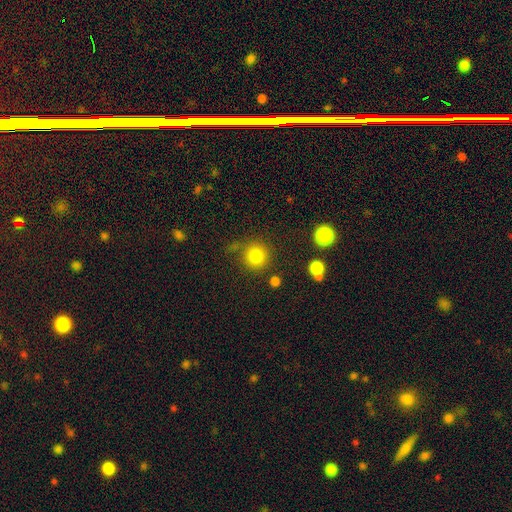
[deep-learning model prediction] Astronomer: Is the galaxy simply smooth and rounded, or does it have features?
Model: smooth — 81%.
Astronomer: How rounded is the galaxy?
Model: round — 93%.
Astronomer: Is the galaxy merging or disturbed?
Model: none — 78%.